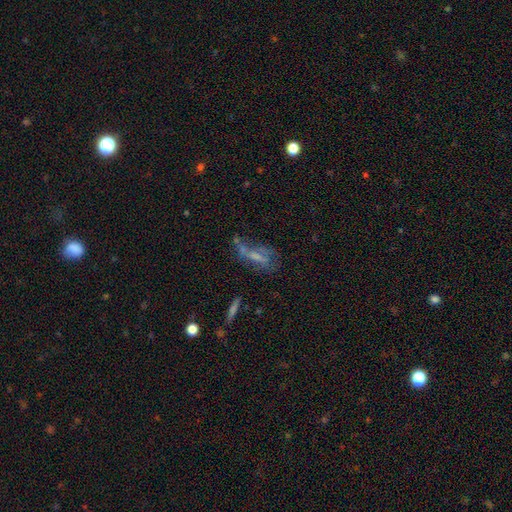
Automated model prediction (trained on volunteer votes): Morphology: type=featured or disk (50%); merging=none (35%).